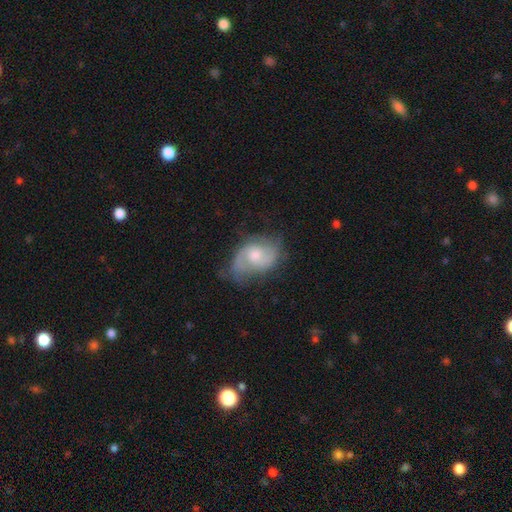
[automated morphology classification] type=featured or disk (69%); edge-on=no (96%); bar=no (62%); spiral arms=yes (87%); winding=medium (46%); arm count=2 (78%); bulge=moderate (58%); merging=none (55%).